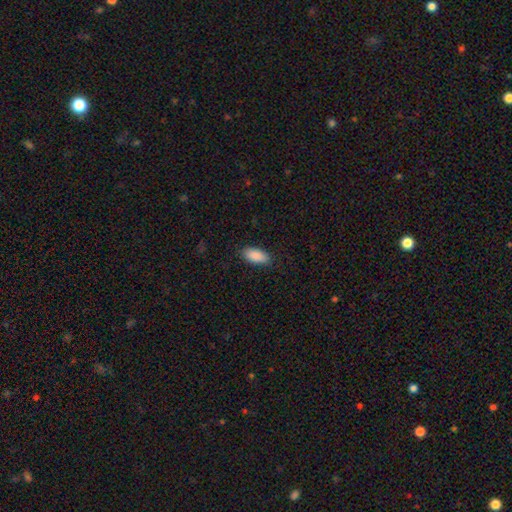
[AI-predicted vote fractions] This is clearly a smooth galaxy (90%). How rounded: clearly in between (92%). Merging: clearly none (87%).